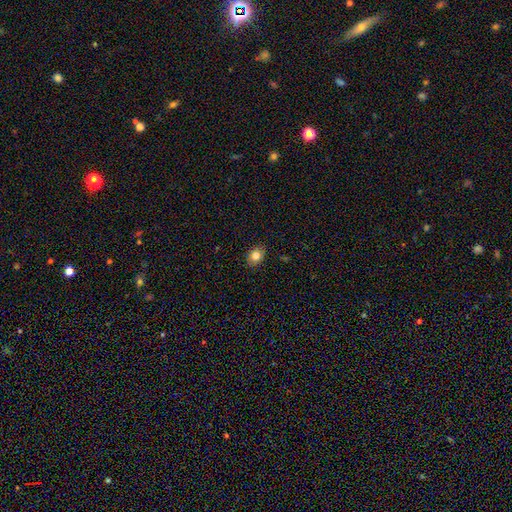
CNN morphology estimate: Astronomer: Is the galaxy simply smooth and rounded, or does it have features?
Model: smooth — 81%.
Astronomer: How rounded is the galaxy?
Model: in between — 63%.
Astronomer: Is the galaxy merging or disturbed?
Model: none — 89%.